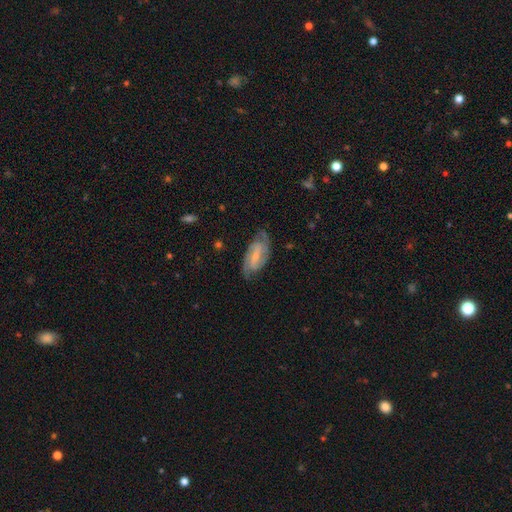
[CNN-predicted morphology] featured or disk 81%, smooth 13%, star or artifact 6%. Down the decision tree: edge-on disk — no (95%); bar — weak (48%); spiral arms — yes (95%); spiral arm count — 2 (83%); spiral winding — medium (49%); bulge size — small (62%); merging — none (76%).